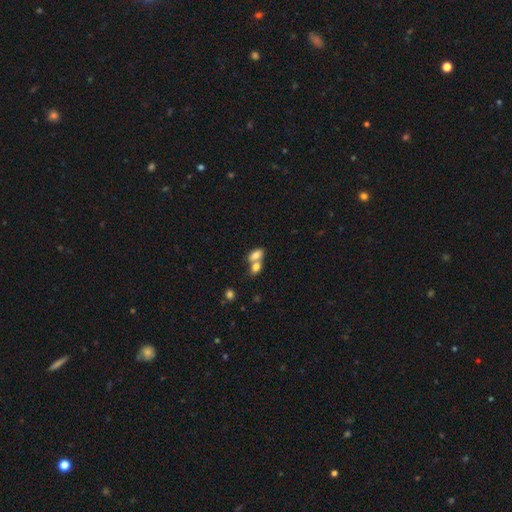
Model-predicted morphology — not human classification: This appears to be a smooth galaxy with no disk features (75%) that is in between round and cigar-shaped (85%). Merging: merger (65%).